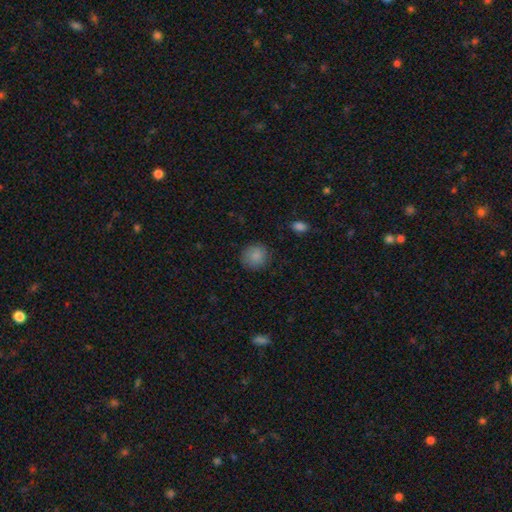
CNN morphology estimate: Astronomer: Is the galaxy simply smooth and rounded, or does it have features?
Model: smooth — 87%.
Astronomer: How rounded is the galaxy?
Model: round — 86%.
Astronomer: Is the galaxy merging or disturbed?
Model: none — 85%.